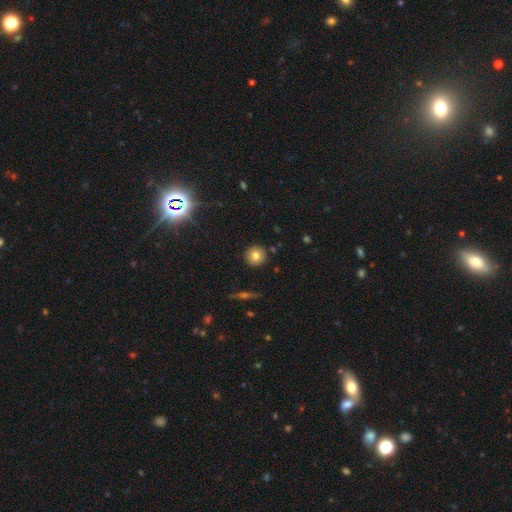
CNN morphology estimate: smooth_or_featured: smooth (p=0.78) [alt: star or artifact p=0.12]
how_rounded: round (p=0.94) [alt: in between p=0.05]
merging: none (p=0.90) [alt: minor disturbance p=0.06]